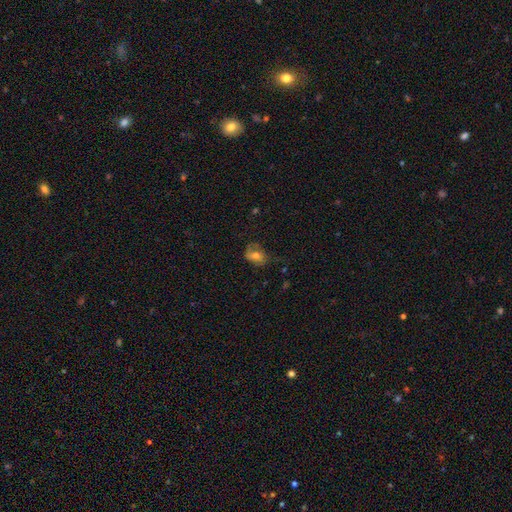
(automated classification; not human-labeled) Smooth or featured? smooth (64%)
How rounded? in between (69%)
Merging? none (45%)